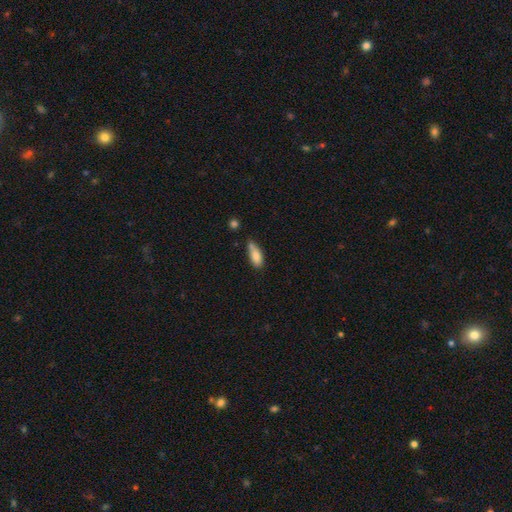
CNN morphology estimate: Smooth or featured?
  - smooth: 82% *
  - featured or disk: 10%
  - star or artifact: 8%
How rounded?
  - in between: 74% *
  - cigar-shaped: 24%
  - round: 3%
Merging?
  - none: 46% *
  - minor disturbance: 36%
  - merger: 10%
  - major disturbance: 8%